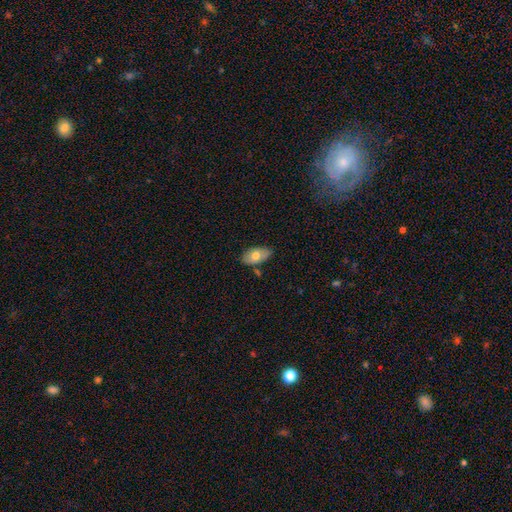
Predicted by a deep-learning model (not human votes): The model was most divided on "smooth or featured": smooth: 70%, featured or disk: 24%, star or artifact: 7%. More confident: how rounded — in between (93%); merging — none (73%).